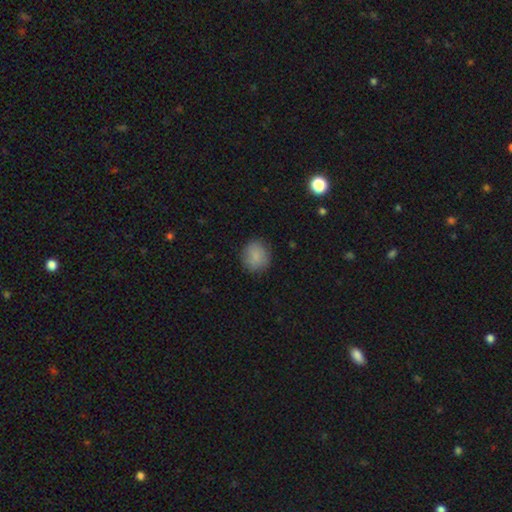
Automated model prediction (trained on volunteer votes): Smooth or featured: smooth — 86% (star or artifact — 8%)
How rounded: round — 79% (in between — 20%)
Merging: none — 83% (minor disturbance — 13%)